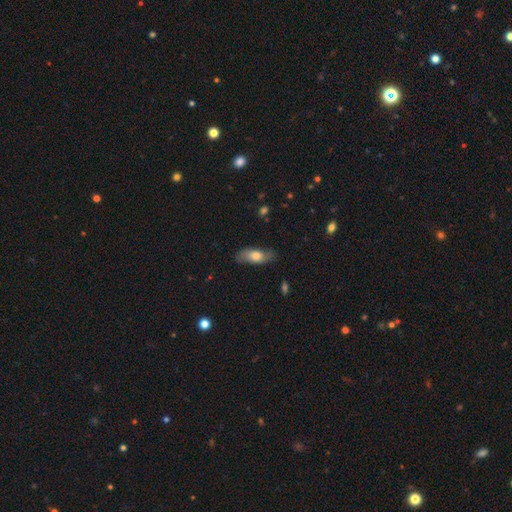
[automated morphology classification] Smooth or featured: smooth — 67% (featured or disk — 26%)
How rounded: in between — 76% (cigar-shaped — 21%)
Merging: none — 72% (minor disturbance — 21%)